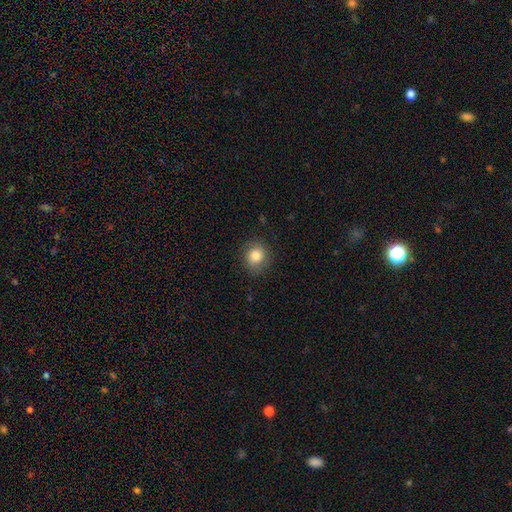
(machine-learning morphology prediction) Smooth or featured? Predicted: smooth (p=0.82). How rounded? Predicted: round (p=0.78). Merging? Predicted: none (p=0.82).